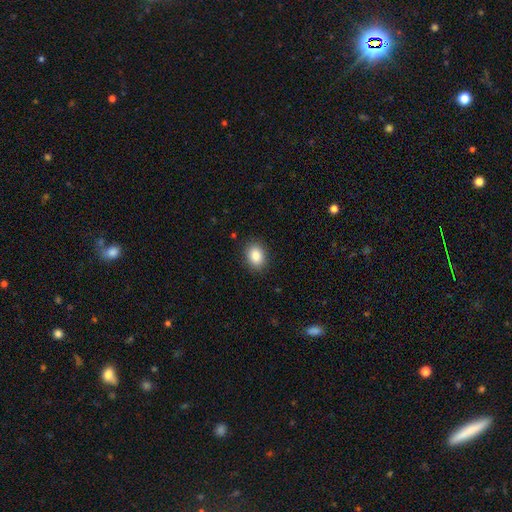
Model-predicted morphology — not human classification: This is clearly a smooth galaxy (86%). How rounded: likely in between (64%). Merging: clearly none (88%).